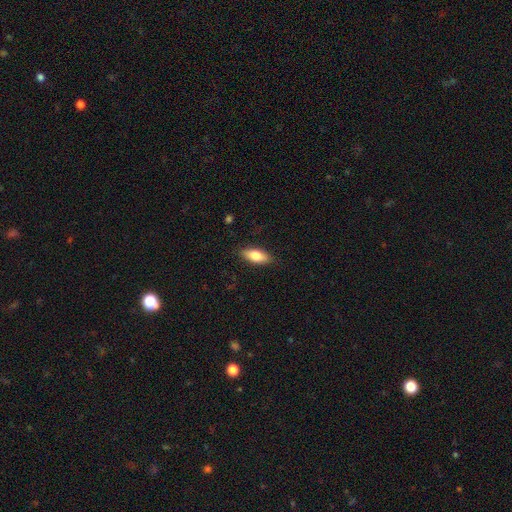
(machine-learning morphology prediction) This appears to be a smooth galaxy with no disk features (74%) that is in between round and cigar-shaped (78%). Merging: none (85%).